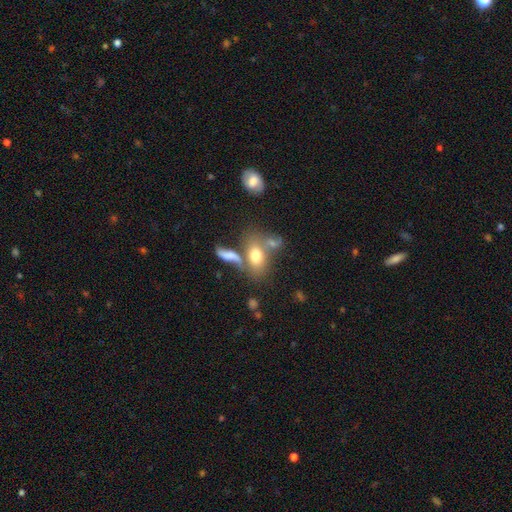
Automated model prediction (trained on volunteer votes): Smooth or featured?
  - smooth: 71% *
  - featured or disk: 19%
  - star or artifact: 10%
How rounded?
  - in between: 80% *
  - round: 15%
  - cigar-shaped: 4%
Merging?
  - none: 44% *
  - merger: 32%
  - minor disturbance: 14%
  - major disturbance: 10%